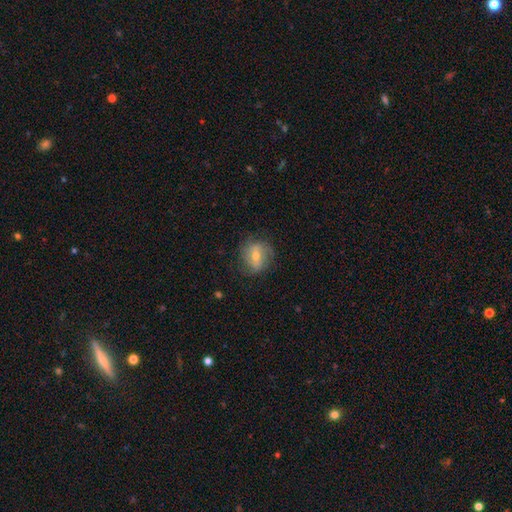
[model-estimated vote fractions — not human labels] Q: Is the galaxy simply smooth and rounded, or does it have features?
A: featured or disk — 58%.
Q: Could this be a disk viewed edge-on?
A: no — 96%.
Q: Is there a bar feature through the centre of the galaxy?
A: weak — 48%.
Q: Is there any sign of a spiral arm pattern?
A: yes — 80%.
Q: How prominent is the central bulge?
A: moderate — 58%.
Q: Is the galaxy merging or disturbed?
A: none — 69%.